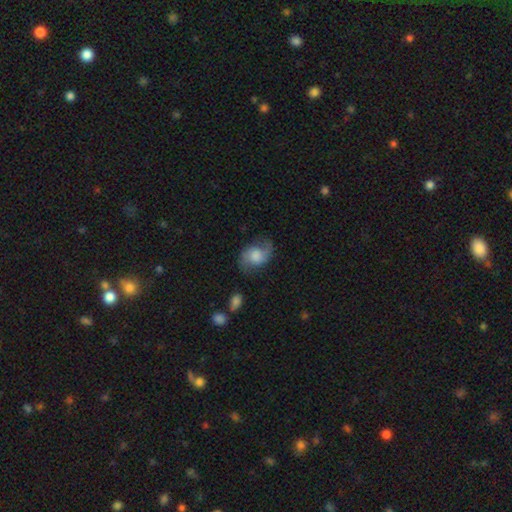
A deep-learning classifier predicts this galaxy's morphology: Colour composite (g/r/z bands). It shows a featured or disk galaxy (54%) with no bar (66%), spiral arms (88%) and a moderate central bulge (34%, tied with large). Merging: none (66%).